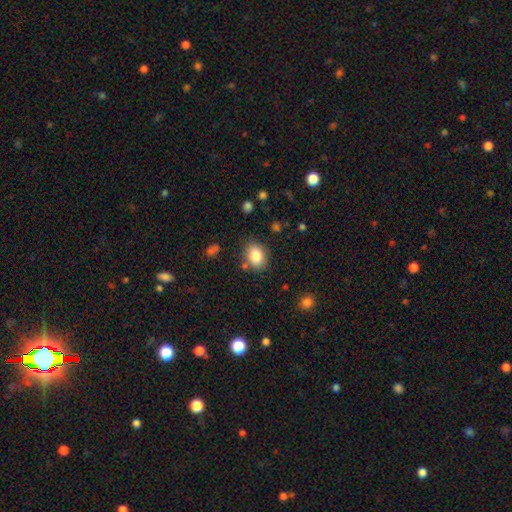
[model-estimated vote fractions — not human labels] Morphology: type=smooth (85%); roundness=in between (71%); merging=none (79%).